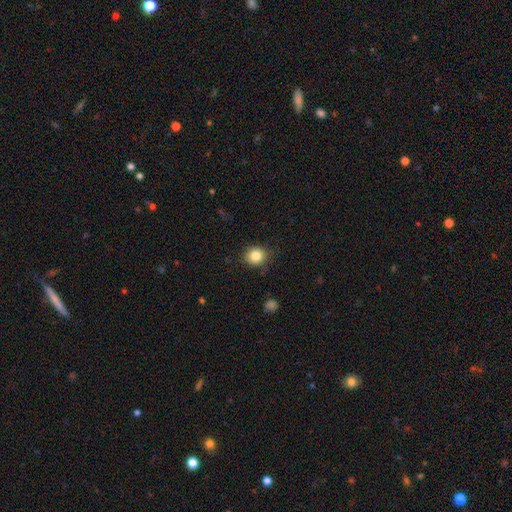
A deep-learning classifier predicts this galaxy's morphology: This is clearly a smooth galaxy (84%). How rounded: clearly round (80%). Merging: clearly none (83%).